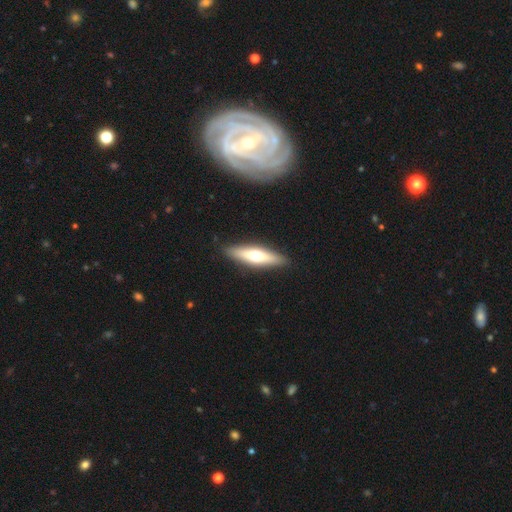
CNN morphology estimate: Smooth or featured: smooth — 52% (featured or disk — 43%)
How rounded: cigar-shaped — 68% (in between — 30%)
Merging: none — 89% (minor disturbance — 8%)